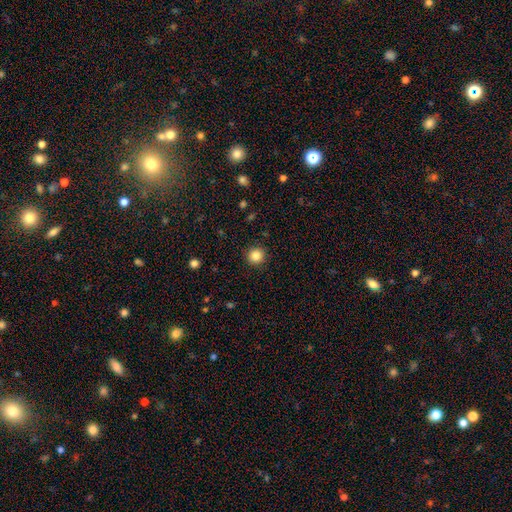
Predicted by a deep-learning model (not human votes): smooth_or_featured: smooth (p=0.85) [alt: star or artifact p=0.11]
how_rounded: round (p=0.93) [alt: in between p=0.06]
merging: none (p=0.92) [alt: minor disturbance p=0.05]